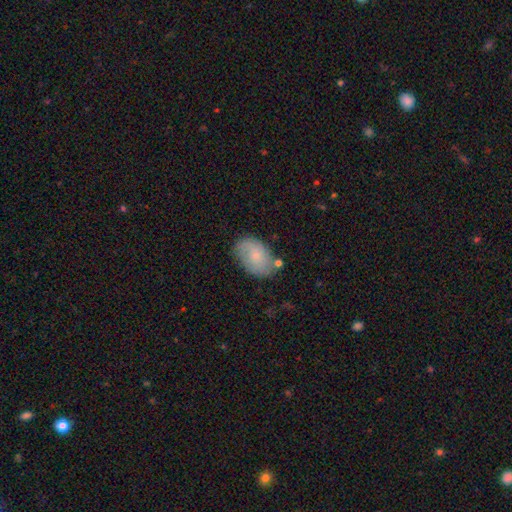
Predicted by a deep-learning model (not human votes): Q: Smooth or featured?
A: smooth (60%); runner-up: featured or disk (32%)
Q: How rounded?
A: in between (88%); runner-up: round (10%)
Q: Merging?
A: none (68%); runner-up: minor disturbance (22%)